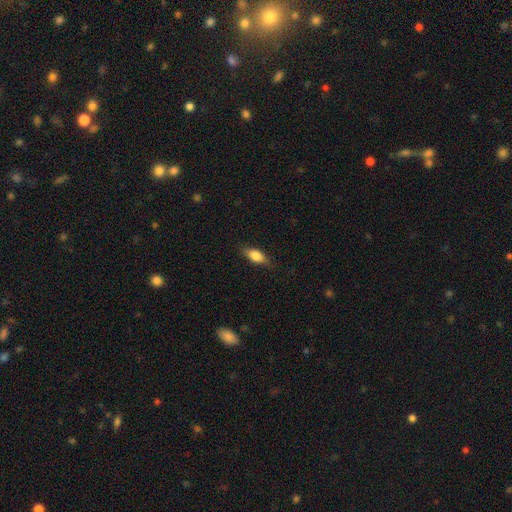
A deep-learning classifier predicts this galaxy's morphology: smooth-or-featured: smooth: 77% | featured or disk: 16% | star or artifact: 7%
  how-rounded: in between: 76% | cigar-shaped: 20% | round: 4%
  merging: none: 81% | minor disturbance: 15% | major disturbance: 3% | merger: 1%